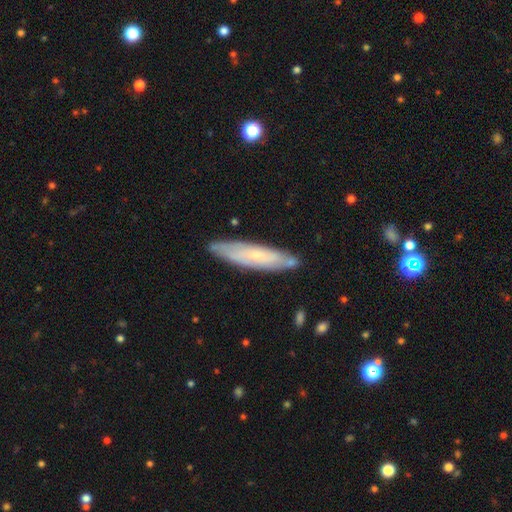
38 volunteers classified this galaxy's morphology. Smooth or featured? featured or disk (58%)
Edge-on disk? yes (50%, tied with no)
Edge-on bulge? none (73%)
Merging? none (80%)